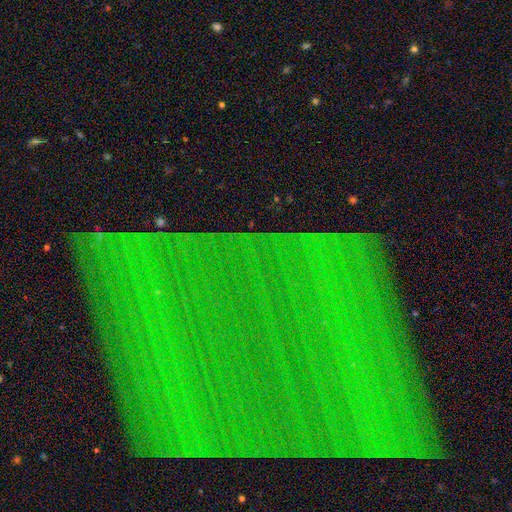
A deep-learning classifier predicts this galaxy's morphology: Smooth or featured: star or artifact — 83% (featured or disk — 9%)